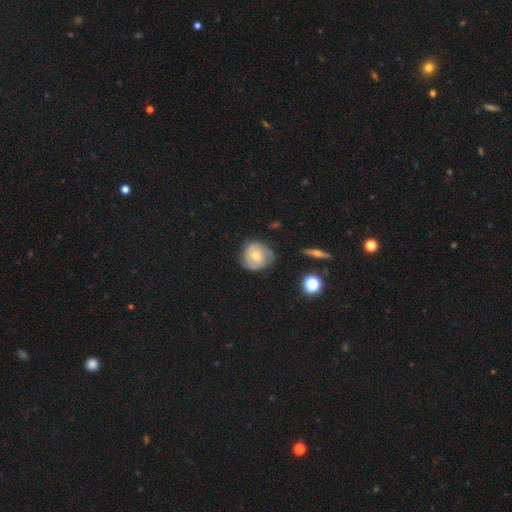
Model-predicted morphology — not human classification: This appears to be a featured or disk galaxy (51%). Merging: none (71%).